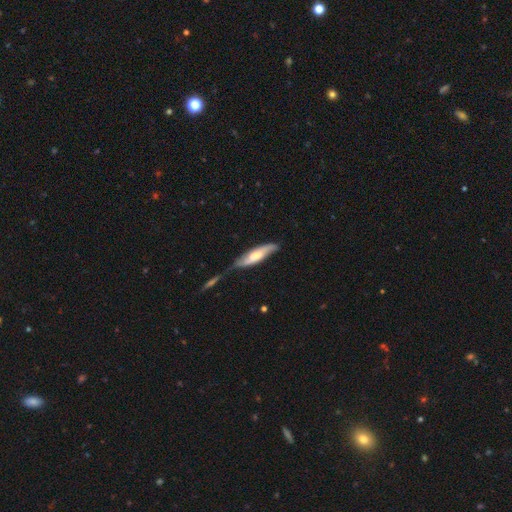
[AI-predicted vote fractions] Overall: featured or disk (47%, tied with smooth). Merging: none (48%; minor disturbance 27%).